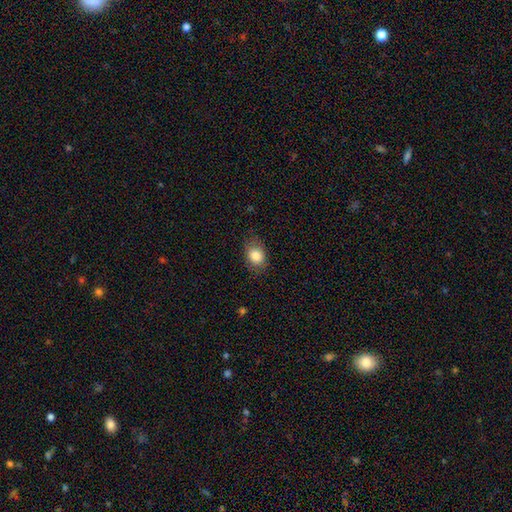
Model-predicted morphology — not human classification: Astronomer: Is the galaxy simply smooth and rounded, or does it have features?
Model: smooth — 83%.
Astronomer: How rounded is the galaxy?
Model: in between — 62% (runner-up: round, 37%).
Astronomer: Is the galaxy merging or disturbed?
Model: none — 77%.